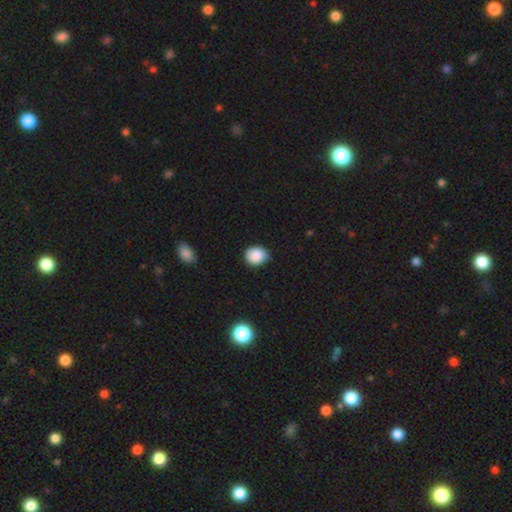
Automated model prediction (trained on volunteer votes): Smooth or featured: smooth — 87% (star or artifact — 8%)
How rounded: round — 69% (in between — 30%)
Merging: none — 72% (minor disturbance — 23%)